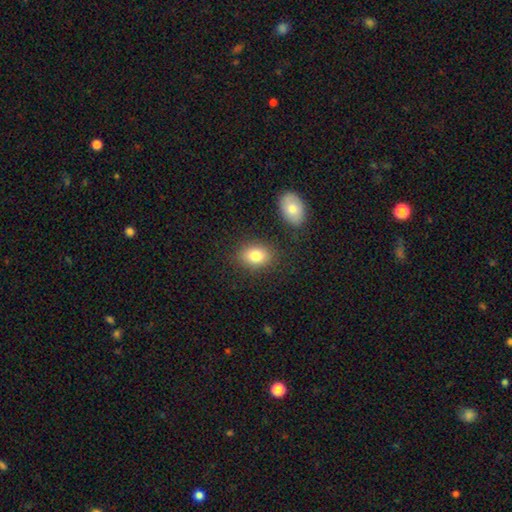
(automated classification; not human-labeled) This appears to be a smooth galaxy with no disk features (82%) that is in between round and cigar-shaped (68%). Merging: none (81%).